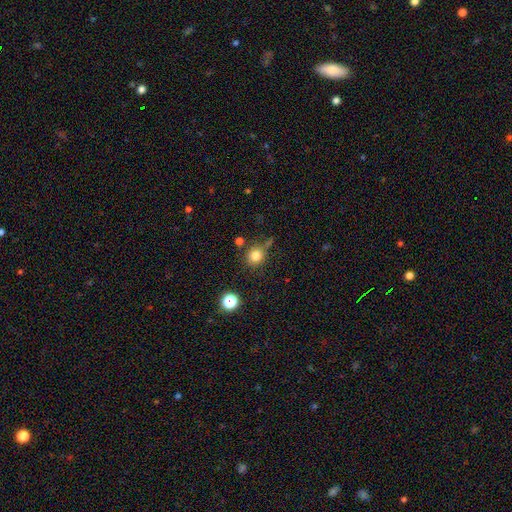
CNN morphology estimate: This appears to be a smooth galaxy with no disk features (81%) that is round (85%). Merging: none (71%).